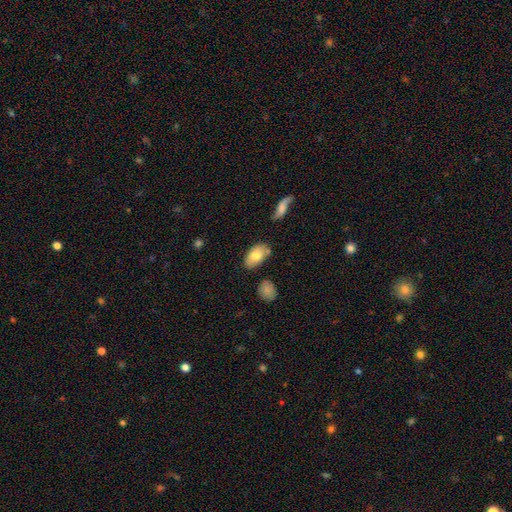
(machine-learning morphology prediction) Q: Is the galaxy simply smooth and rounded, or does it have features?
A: smooth — 75%.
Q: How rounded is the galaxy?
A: in between — 93%.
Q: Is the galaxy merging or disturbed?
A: none — 70%.